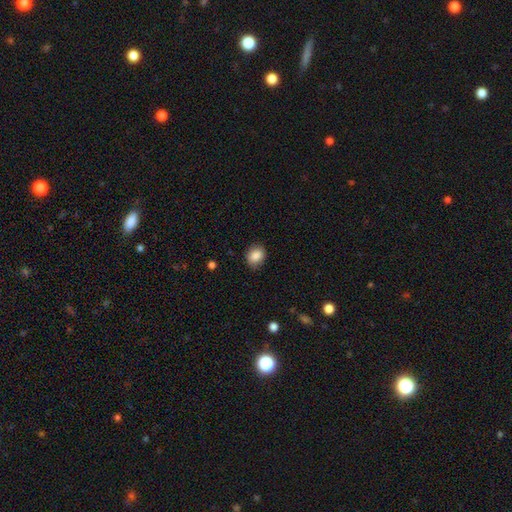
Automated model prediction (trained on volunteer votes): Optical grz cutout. It shows a smooth galaxy with no disk features (87%) that is round (50%). Merging: none (84%).